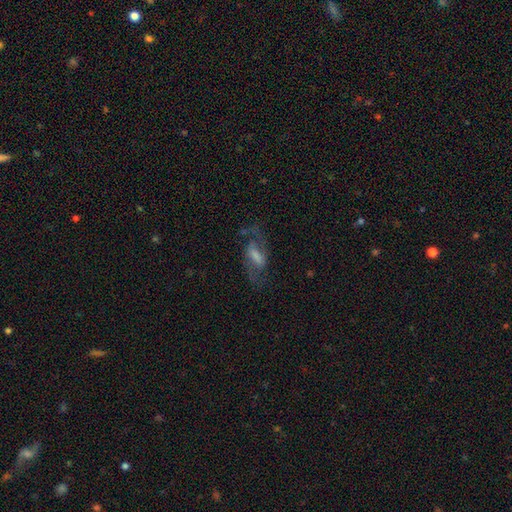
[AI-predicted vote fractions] smooth_or_featured: featured or disk (p=0.71) [alt: smooth p=0.18]
disk_edge_on: no (p=0.92) [alt: yes p=0.08]
bar: weak (p=0.48) [alt: strong p=0.33]
has_spiral_arms: yes (p=0.89) [alt: no p=0.11]
spiral_winding: medium (p=0.49) [alt: loose p=0.37]
spiral_arm_count: 2 (p=0.87) [alt: can't tell p=0.07]
bulge_size: moderate (p=0.32) [alt: small p=0.25]
merging: none (p=0.69) [alt: minor disturbance p=0.15]